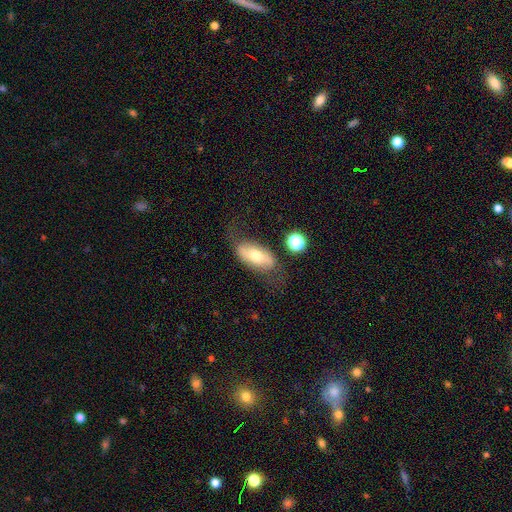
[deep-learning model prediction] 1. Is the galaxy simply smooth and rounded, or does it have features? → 49% smooth, 43% featured or disk, 8% star or artifact.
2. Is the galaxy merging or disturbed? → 59% none, 22% minor disturbance, 15% major disturbance, 4% merger.